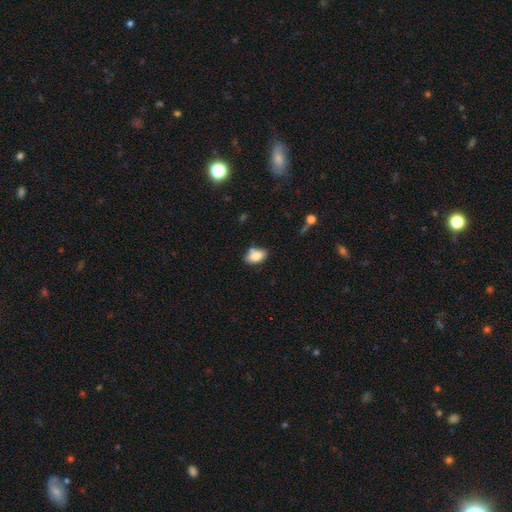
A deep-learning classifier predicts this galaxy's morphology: type=smooth (81%); roundness=in between (91%); merging=none (66%).